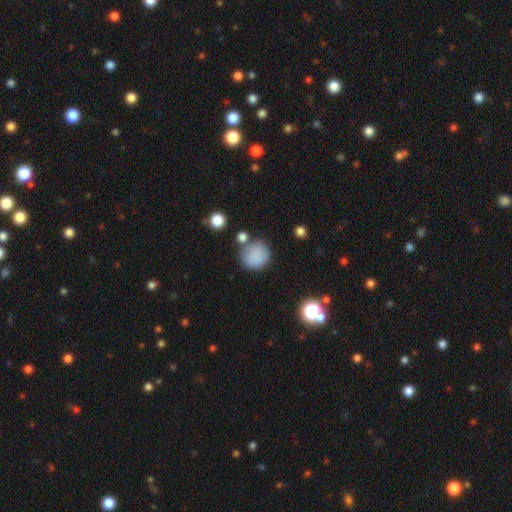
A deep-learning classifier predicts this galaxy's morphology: A smooth galaxy with no disk features (84%) that is round (89%).

Vote fractions:
- Smooth or featured? smooth: 84% / star or artifact: 10% / featured or disk: 6%
- How rounded? round: 89% / in between: 10% / cigar-shaped: 1%
- Merging? none: 70% / minor disturbance: 15% / merger: 10% / major disturbance: 5%